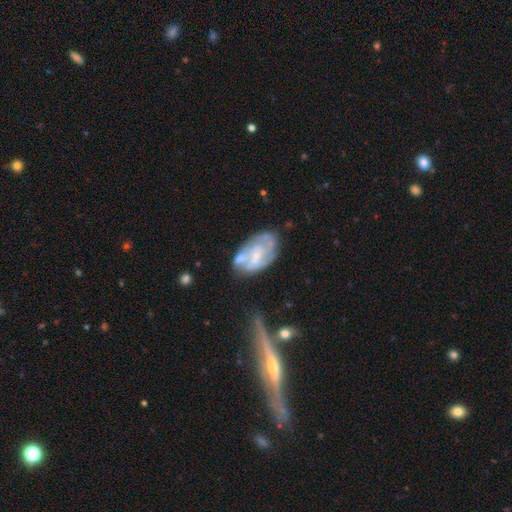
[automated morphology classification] featured or disk 68%, smooth 25%, star or artifact 7%. Down the decision tree: edge-on disk — no (96%); bar — no (64%); spiral arms — yes (55%); bulge size — small (59%); merging — none (45%).